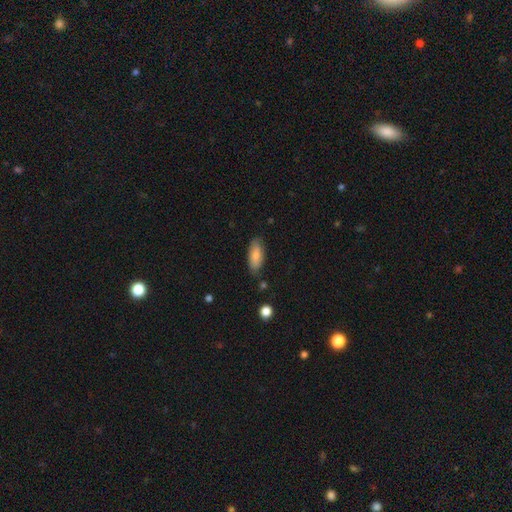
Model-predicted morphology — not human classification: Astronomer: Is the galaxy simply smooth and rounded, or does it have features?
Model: smooth — 79%.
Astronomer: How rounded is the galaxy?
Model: in between — 81%.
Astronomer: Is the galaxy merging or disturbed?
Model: none — 78%.